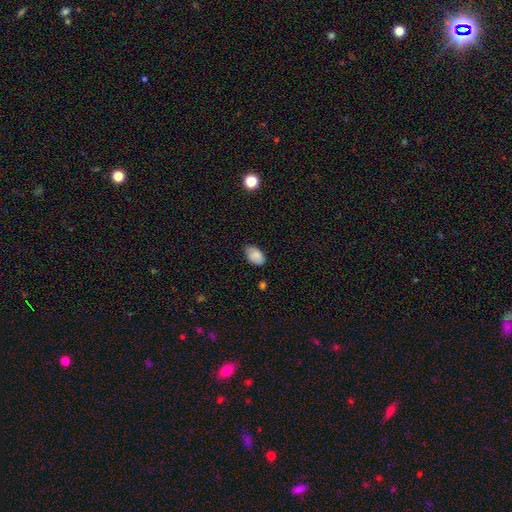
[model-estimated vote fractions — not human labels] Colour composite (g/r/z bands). It shows a smooth galaxy with no disk features (83%) that is in between round and cigar-shaped (90%). Merging: none (68%).